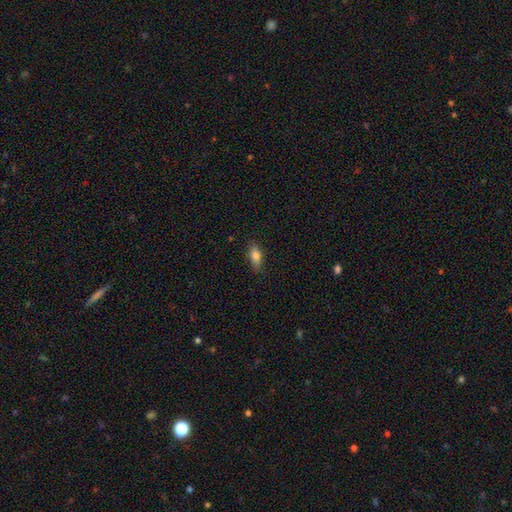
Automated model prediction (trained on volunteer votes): Morphology: type=smooth (79%); roundness=in between (79%); merging=none (84%).